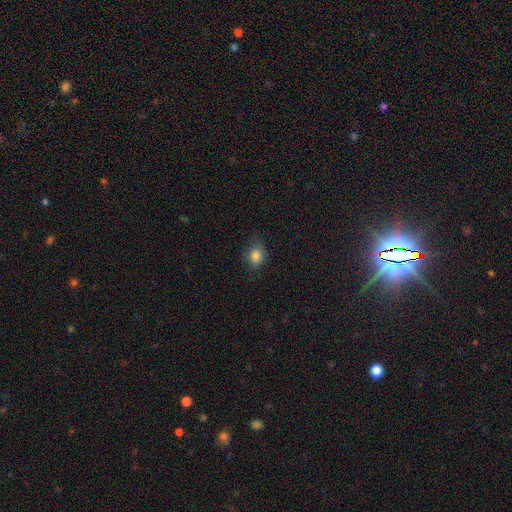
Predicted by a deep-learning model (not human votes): smooth_or_featured: smooth (p=0.83) [alt: star or artifact p=0.11]
how_rounded: round (p=0.50) [alt: in between p=0.49]
merging: none (p=0.71) [alt: minor disturbance p=0.22]